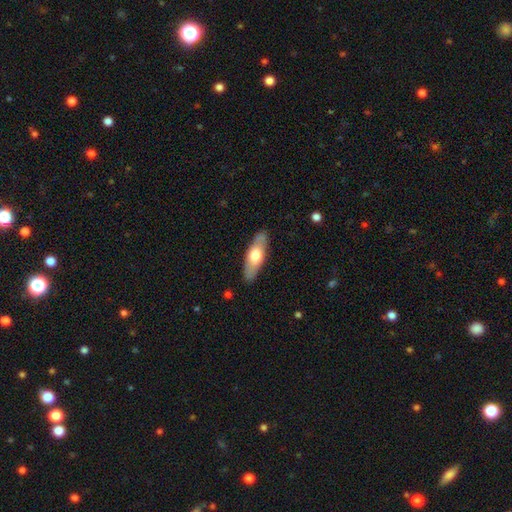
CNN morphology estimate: Overall: smooth (56%; featured or disk 39%). How rounded: in between (56%; cigar-shaped 41%). Merging: none (86%).